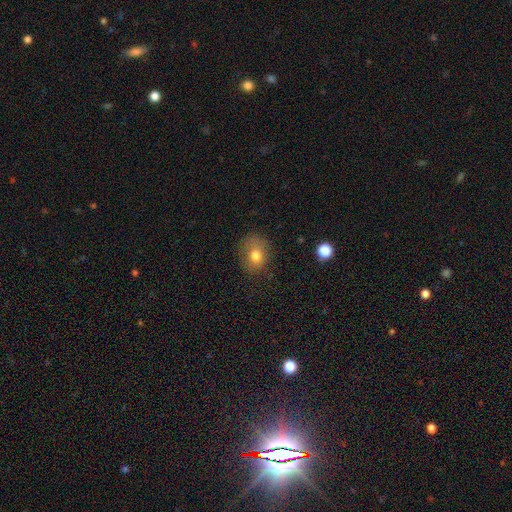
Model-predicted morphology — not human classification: Smooth or featured? smooth (76%)
How rounded? round (56%)
Merging? none (69%)